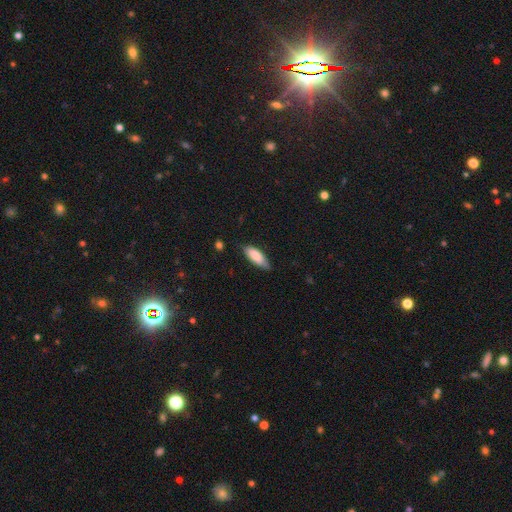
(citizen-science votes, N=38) Smooth or featured? 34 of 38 (89%) said smooth. How rounded? 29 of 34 (85%) said in between. Merging? 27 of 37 (73%) said none.